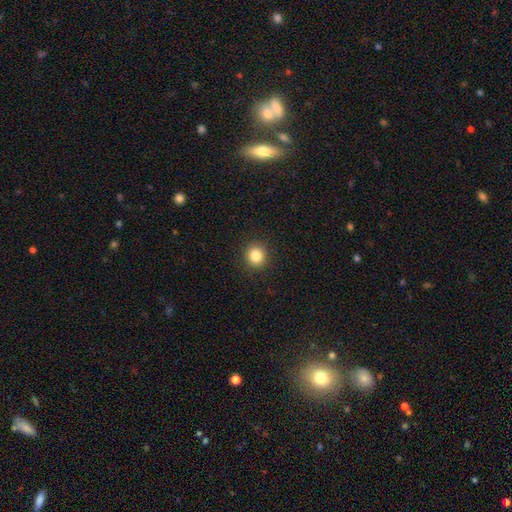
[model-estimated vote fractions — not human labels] smooth 84%, star or artifact 11%, featured or disk 5%. Down the decision tree: how rounded — round (90%); merging — none (91%).